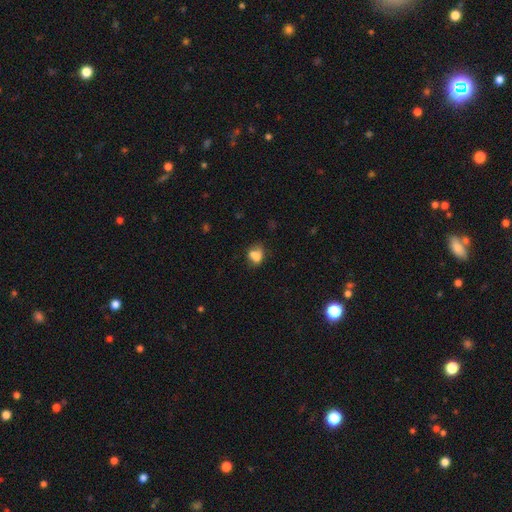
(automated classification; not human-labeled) Overall: smooth (74%). How rounded: in between (56%; round 43%). Merging: none (38%; merger 31%).